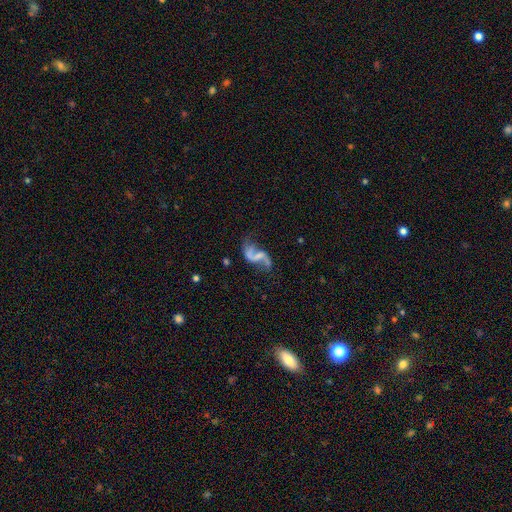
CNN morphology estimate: The model was most divided on "bar": weak: 44%, no: 31%, strong: 25%. More confident: edge-on disk — no (97%); spiral arms — yes (93%); spiral arm count — 2 (91%); smooth or featured — featured or disk (86%); spiral winding — loose (83%); merging — none (60%); bulge size — none (54%).